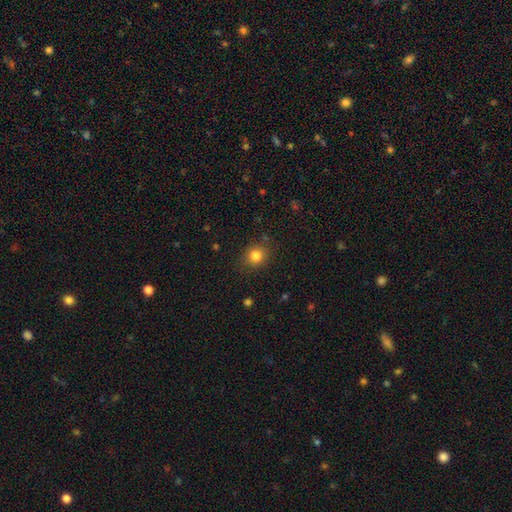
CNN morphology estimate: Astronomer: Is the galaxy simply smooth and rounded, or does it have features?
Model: smooth — 82%.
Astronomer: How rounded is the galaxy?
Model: round — 82%.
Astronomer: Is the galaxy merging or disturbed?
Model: none — 85%.